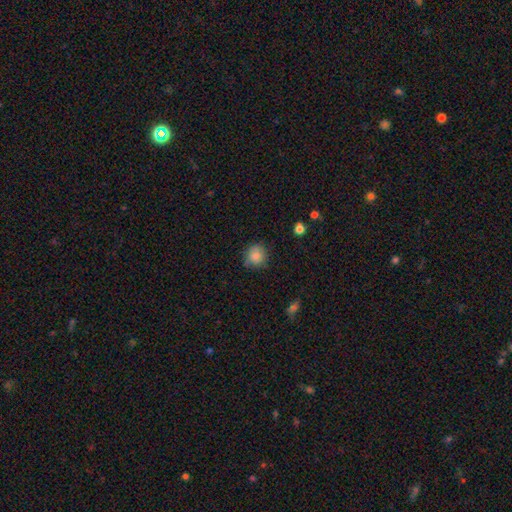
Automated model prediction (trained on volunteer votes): Morphology: type=smooth (84%); roundness=round (88%); merging=none (76%).